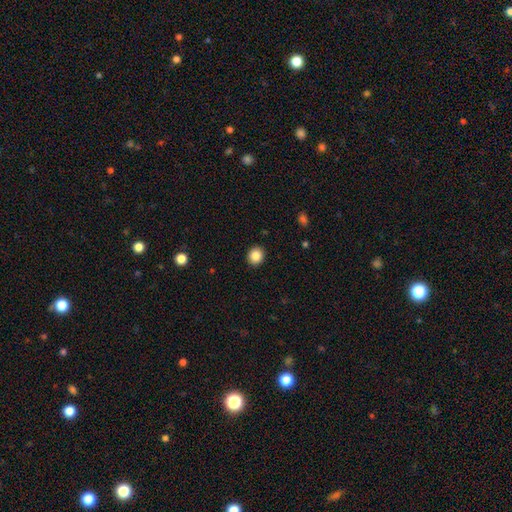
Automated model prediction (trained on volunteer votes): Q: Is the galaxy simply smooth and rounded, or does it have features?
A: smooth — 86%.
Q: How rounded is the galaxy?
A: round — 75%.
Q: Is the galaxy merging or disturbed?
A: none — 91%.